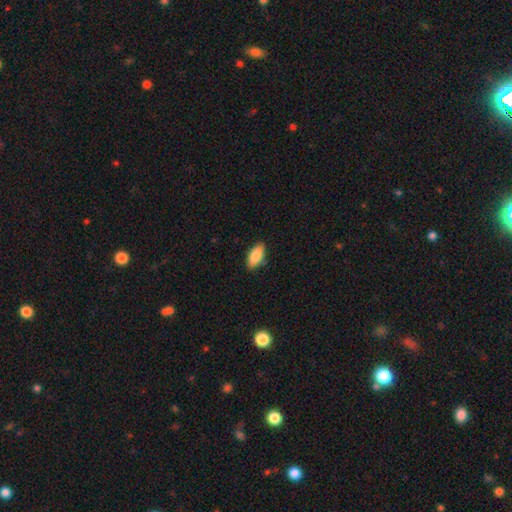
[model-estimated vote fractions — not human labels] This is clearly a smooth galaxy (84%). How rounded: clearly in between (88%). Merging: clearly none (85%).